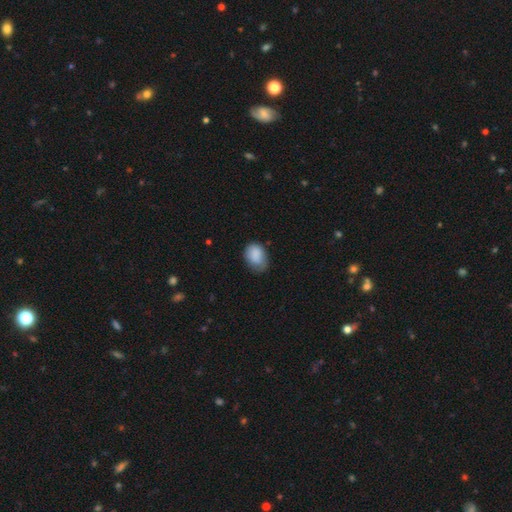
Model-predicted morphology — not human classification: The model was most divided on "merging": none: 52%, minor disturbance: 36%, major disturbance: 10%, merger: 2%. More confident: smooth or featured — smooth (85%); how rounded — in between (70%).